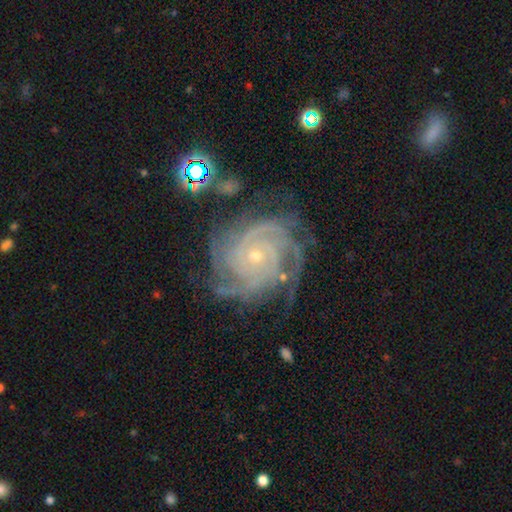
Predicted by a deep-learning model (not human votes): A featured or disk galaxy (90%) with no bar (78%), 4 (27%) tight (77%) spiral arms (98%) and a small central bulge (77%). Merging: none (71%).